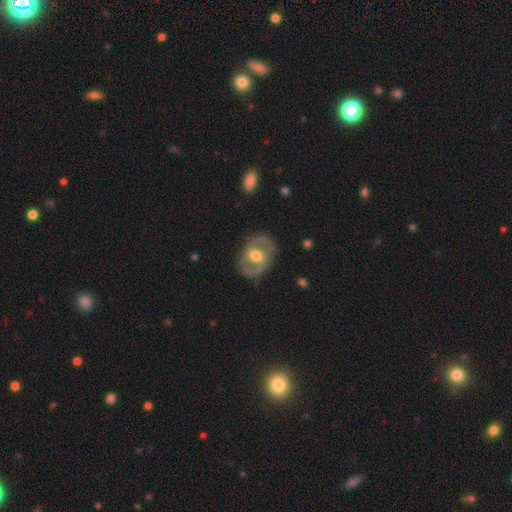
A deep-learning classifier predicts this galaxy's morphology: Smooth or featured?
  - featured or disk: 73% *
  - smooth: 21%
  - star or artifact: 5%
Edge-on disk?
  - no: 94% *
  - yes: 6%
Bar?
  - no: 43% *
  - weak: 38%
  - strong: 19%
Spiral arms?
  - yes: 59% *
  - no: 41%
Bulge size?
  - moderate: 72% *
  - large: 17%
  - small: 9%
  - none: 1%
  - dominant: 1%
Merging?
  - none: 81% *
  - minor disturbance: 13%
  - major disturbance: 5%
  - merger: 1%